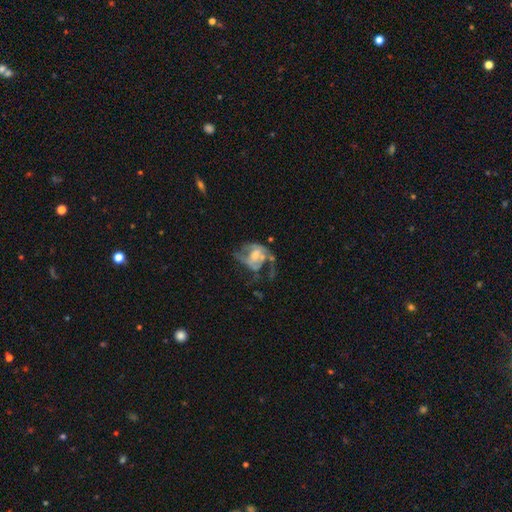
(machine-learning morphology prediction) This appears to be a featured or disk galaxy (67%) with no bar (61%), spiral arms (61%) and a moderate central bulge (41%). Merging: major disturbance (49%).